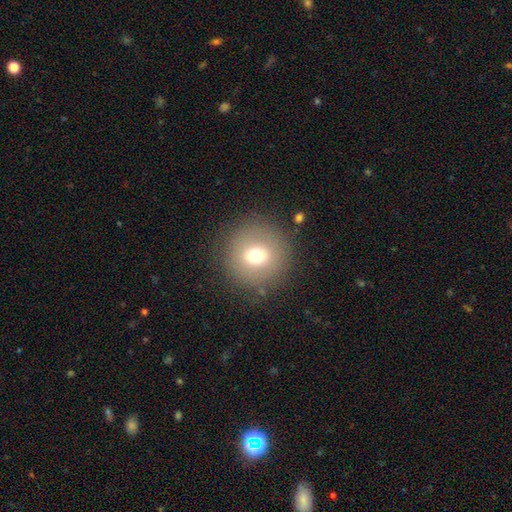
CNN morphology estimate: This appears to be a smooth galaxy with no disk features (69%) that is round (95%). Merging: none (86%).